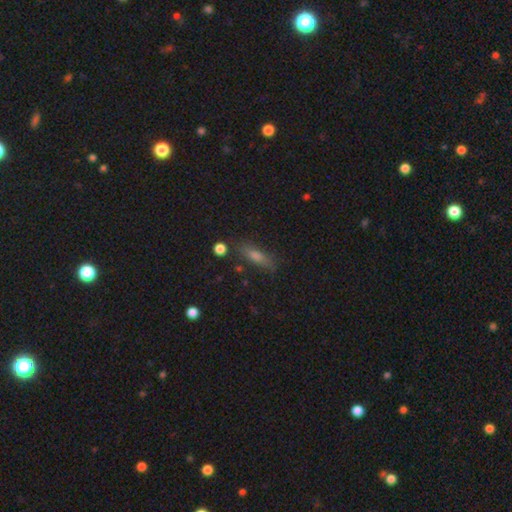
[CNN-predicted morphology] Smooth or featured? smooth (56%)
How rounded? cigar-shaped (60%)
Merging? none (79%)